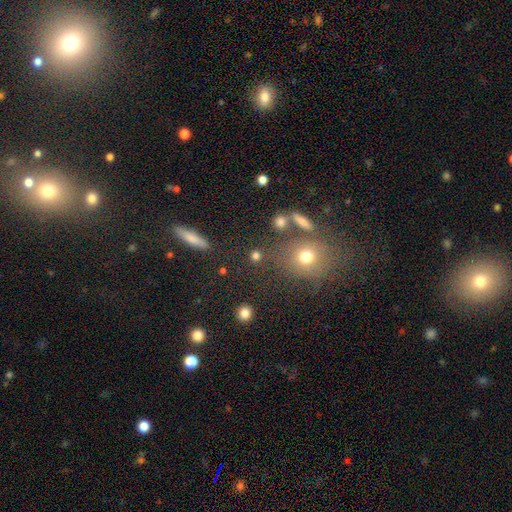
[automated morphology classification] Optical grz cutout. It shows a smooth galaxy with no disk features (76%) that is round (84%). Merging: none (76%).